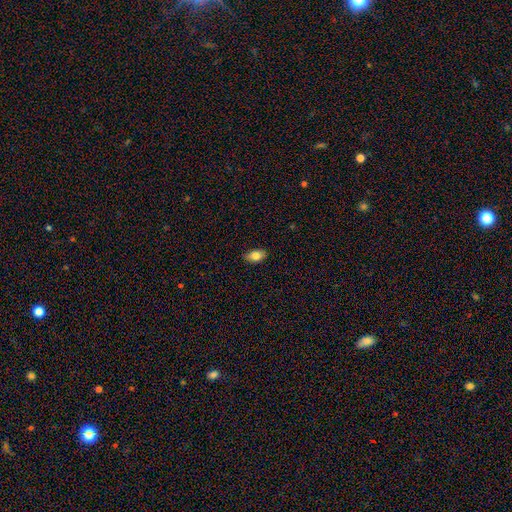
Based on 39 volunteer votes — Overall: smooth (82%). How rounded: in between (97%). Merging: none (97%).